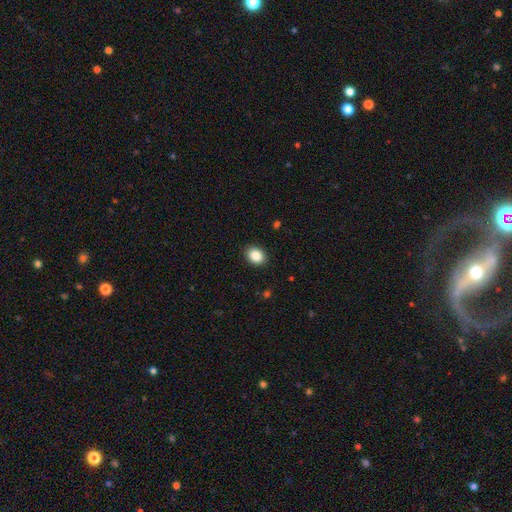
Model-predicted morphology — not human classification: A smooth galaxy with no disk features (87%) that is in between round and cigar-shaped (61%).

Vote fractions:
- Smooth or featured? smooth: 87% / star or artifact: 8% / featured or disk: 4%
- How rounded? in between: 61% / round: 38% / cigar-shaped: 1%
- Merging? none: 90% / minor disturbance: 7% / major disturbance: 2% / merger: 1%